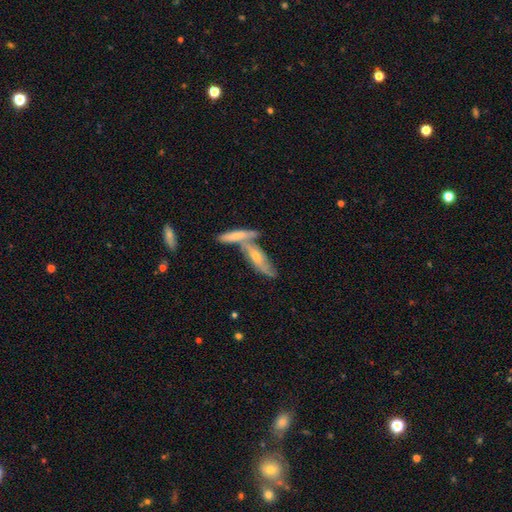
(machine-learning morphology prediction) A featured or disk galaxy (52%) viewed edge-on (56%).

Vote fractions:
- Smooth or featured? featured or disk: 52% / smooth: 32% / star or artifact: 16%
- Edge-on disk? yes: 56% / no: 44%
- Merging? merger: 43% / none: 40% / minor disturbance: 10% / major disturbance: 7%